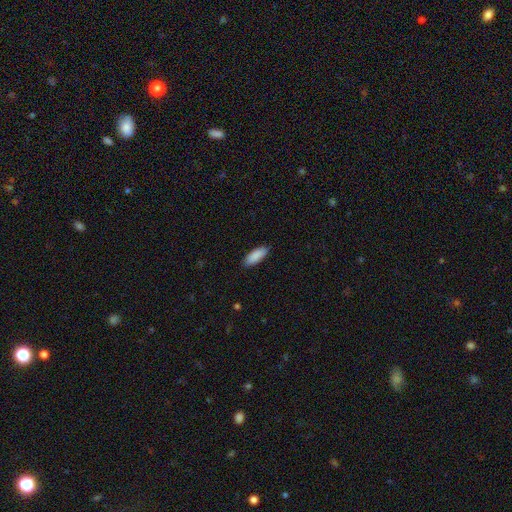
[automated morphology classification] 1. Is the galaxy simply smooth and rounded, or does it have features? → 90% smooth, 6% star or artifact, 4% featured or disk.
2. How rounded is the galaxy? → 74% in between, 25% cigar-shaped, 1% round.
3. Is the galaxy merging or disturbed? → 88% none, 9% minor disturbance, 2% major disturbance, 1% merger.